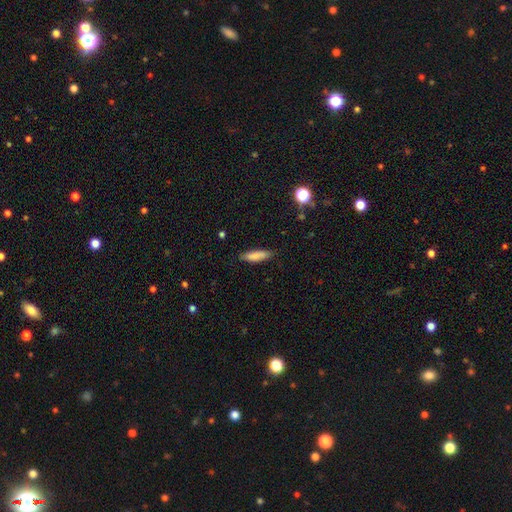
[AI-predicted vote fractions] smooth-or-featured: smooth: 82% | featured or disk: 10% | star or artifact: 7%
  how-rounded: cigar-shaped: 64% | in between: 34% | round: 2%
  merging: none: 82% | minor disturbance: 14% | major disturbance: 3% | merger: 1%